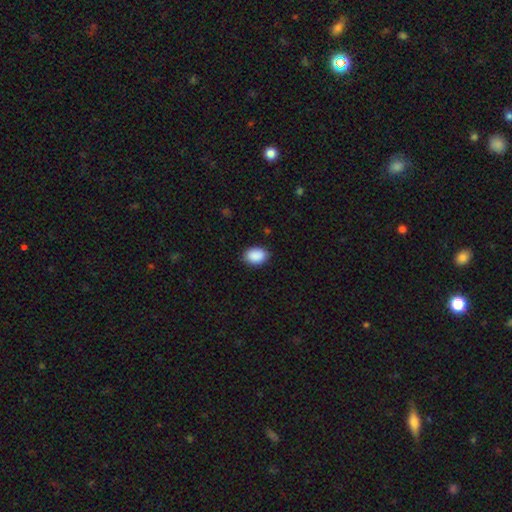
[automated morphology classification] Smooth or featured: smooth — 90% (star or artifact — 7%)
How rounded: in between — 81% (round — 18%)
Merging: none — 87% (minor disturbance — 10%)